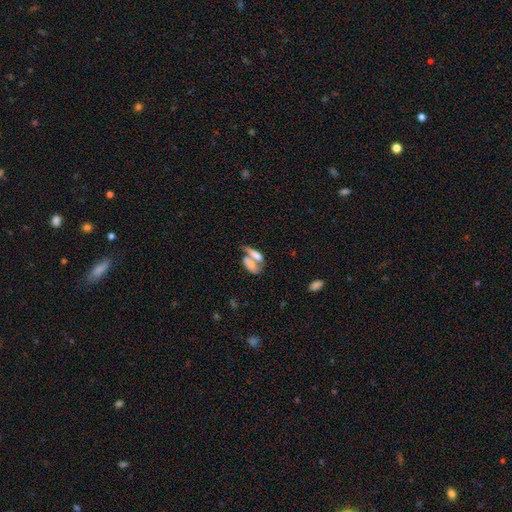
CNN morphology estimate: The model was most divided on "merging": merger: 64%, none: 24%, minor disturbance: 7%, major disturbance: 5%. More confident: how rounded — in between (71%); smooth or featured — smooth (67%).